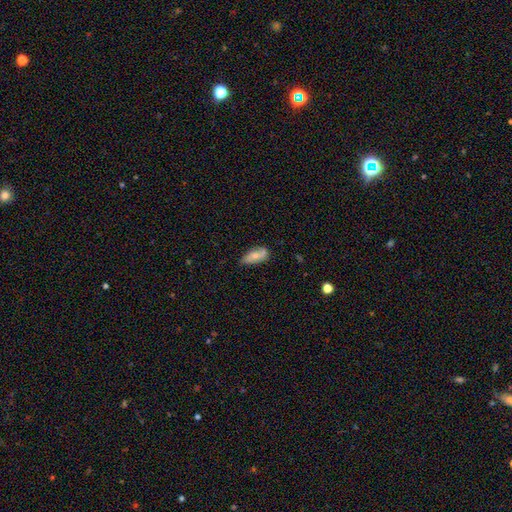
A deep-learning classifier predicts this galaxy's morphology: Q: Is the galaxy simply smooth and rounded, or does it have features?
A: smooth — 58%.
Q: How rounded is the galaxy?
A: in between — 85%.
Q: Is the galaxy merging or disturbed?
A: none — 61%.